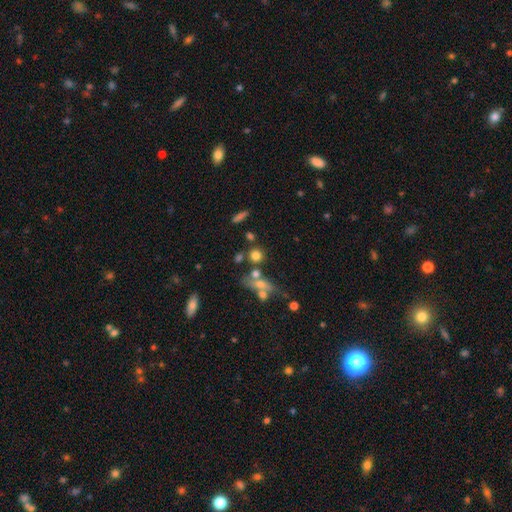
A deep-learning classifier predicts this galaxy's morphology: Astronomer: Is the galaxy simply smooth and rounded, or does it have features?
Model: smooth — 72%.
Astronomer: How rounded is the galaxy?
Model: round — 78%.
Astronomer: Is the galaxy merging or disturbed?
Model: none — 57%.